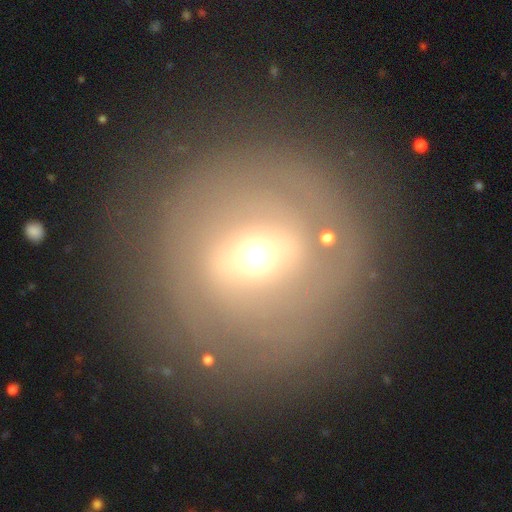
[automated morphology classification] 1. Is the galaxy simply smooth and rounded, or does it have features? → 53% featured or disk, 35% smooth, 12% star or artifact.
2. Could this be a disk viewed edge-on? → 92% no, 8% yes.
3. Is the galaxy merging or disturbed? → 76% none, 12% minor disturbance, 9% major disturbance, 2% merger.